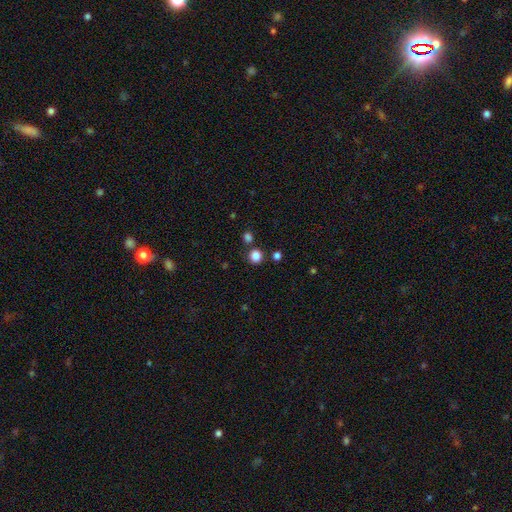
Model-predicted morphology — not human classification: The model was most divided on "merging": none: 79%, merger: 10%, minor disturbance: 8%, major disturbance: 3%. More confident: how rounded — round (88%); smooth or featured — smooth (84%).